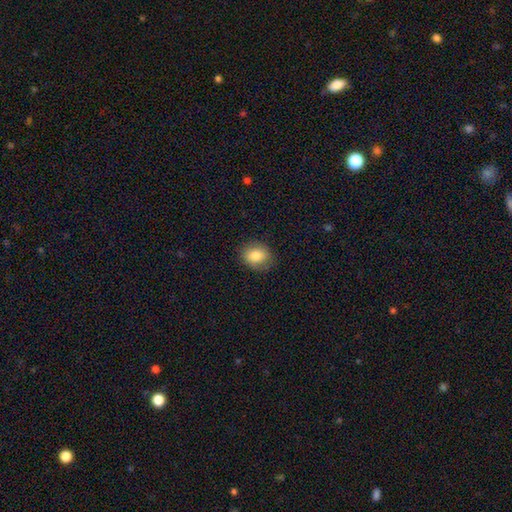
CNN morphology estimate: smooth_or_featured: smooth (p=0.81) [alt: featured or disk p=0.10]
how_rounded: round (p=0.58) [alt: in between p=0.41]
merging: none (p=0.83) [alt: minor disturbance p=0.12]